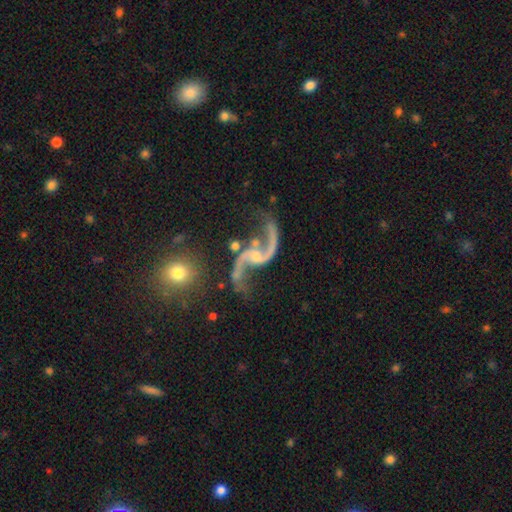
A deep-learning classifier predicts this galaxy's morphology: A featured or disk galaxy (92%) with no bar (51%), 2 (94%) loose (87%) spiral arms (97%) and a small central bulge (66%).

Vote fractions:
- Smooth or featured? featured or disk: 92% / star or artifact: 5% / smooth: 3%
- Edge-on disk? no: 97% / yes: 3%
- Bar? no: 51% / weak: 35% / strong: 14%
- Spiral arms? yes: 97% / no: 3%
- Spiral winding? loose: 87% / medium: 10% / tight: 3%
- Spiral arm count? 2: 94% / 1: 2% / can't tell: 1% / 3: 1% / 4: 1% / more than 4: 1%
- Bulge size? small: 66% / moderate: 20% / none: 11% / large: 2% / dominant: 1%
- Merging? none: 62% / minor disturbance: 17% / major disturbance: 14% / merger: 7%